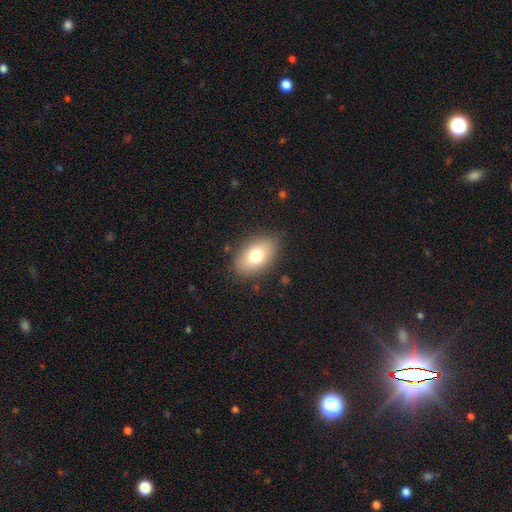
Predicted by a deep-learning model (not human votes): A smooth galaxy with no disk features (76%) that is in between round and cigar-shaped (89%).

Vote fractions:
- Smooth or featured? smooth: 76% / featured or disk: 16% / star or artifact: 8%
- How rounded? in between: 89% / round: 9% / cigar-shaped: 2%
- Merging? none: 84% / minor disturbance: 11% / major disturbance: 3% / merger: 1%